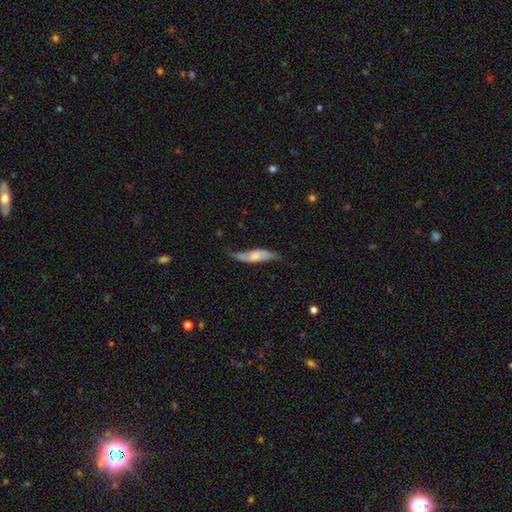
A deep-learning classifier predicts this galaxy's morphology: featured or disk 54%, smooth 40%, star or artifact 6%. Down the decision tree: edge-on disk — no (72%); merging — none (60%).